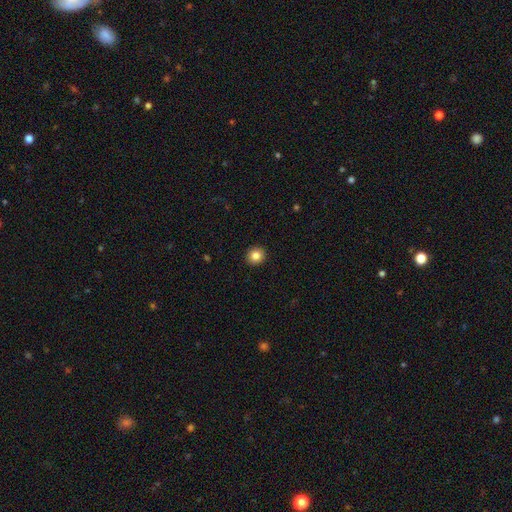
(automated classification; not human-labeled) A smooth galaxy with no disk features (84%) that is round (88%). Merging: none (93%).